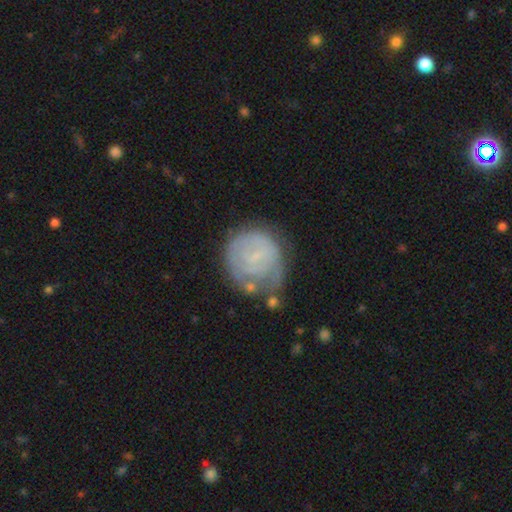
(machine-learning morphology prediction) smooth_or_featured: featured or disk (p=0.53) [alt: smooth p=0.39]
disk_edge_on: no (p=0.98) [alt: yes p=0.02]
bar: no (p=0.51) [alt: weak p=0.40]
has_spiral_arms: yes (p=0.59) [alt: no p=0.41]
bulge_size: small (p=0.52) [alt: none p=0.34]
merging: none (p=0.47) [alt: minor disturbance p=0.28]